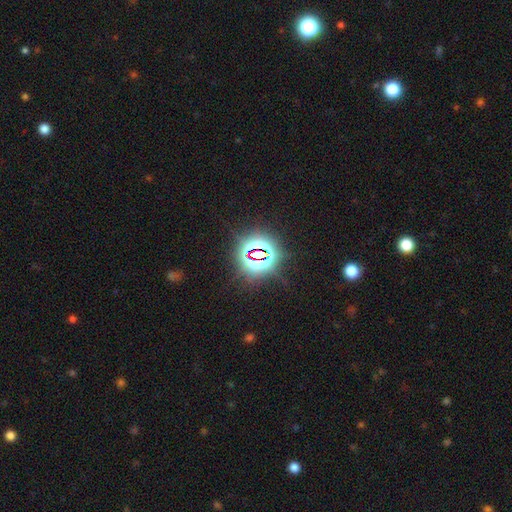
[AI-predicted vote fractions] smooth-or-featured: star or artifact: 79% | smooth: 13% | featured or disk: 8%